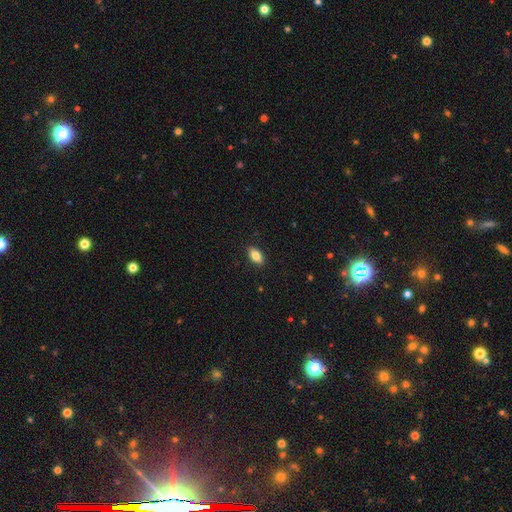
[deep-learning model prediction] smooth_or_featured: smooth (p=0.80) [alt: featured or disk p=0.12]
how_rounded: in between (p=0.89) [alt: cigar-shaped p=0.06]
merging: none (p=0.89) [alt: minor disturbance p=0.08]